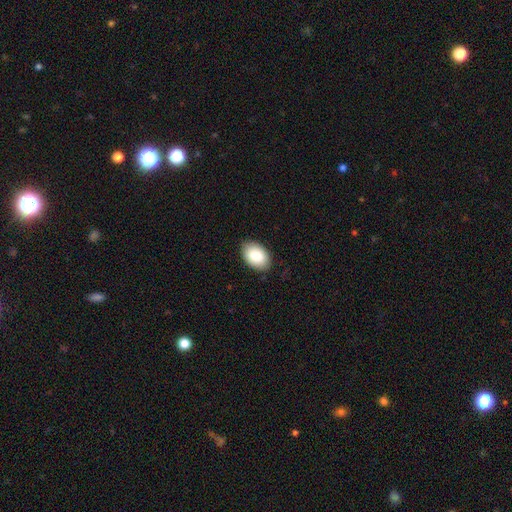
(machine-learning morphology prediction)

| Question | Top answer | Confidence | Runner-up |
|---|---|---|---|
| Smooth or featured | smooth | 84% | featured or disk (10%) |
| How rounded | in between | 90% | round (9%) |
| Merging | none | 87% | minor disturbance (10%) |